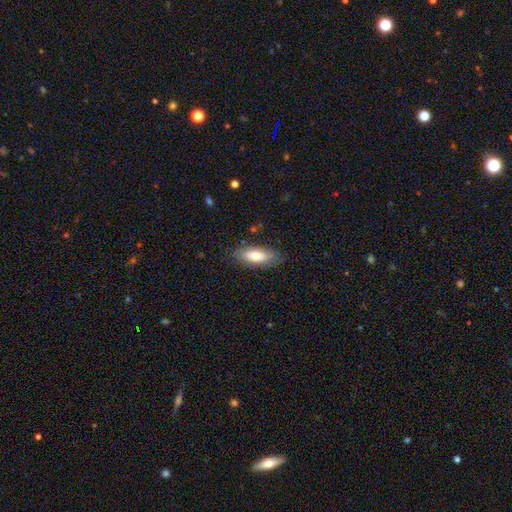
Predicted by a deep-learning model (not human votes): Overall: smooth (73%). How rounded: in between (78%). Merging: none (81%).